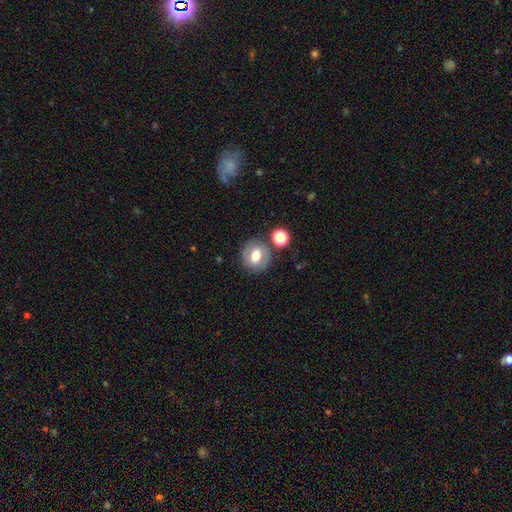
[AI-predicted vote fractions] Morphology: type=smooth (58%); roundness=round (66%); merging=none (76%).